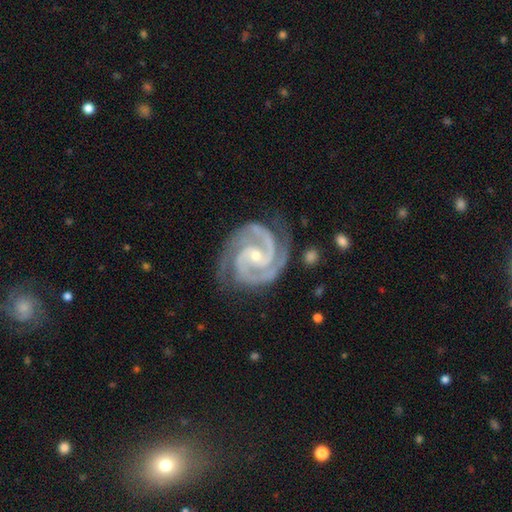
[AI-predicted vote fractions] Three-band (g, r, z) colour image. It shows a featured or disk galaxy (95%) with no bar (48%), 2 (64%) tight (61%) spiral arms (99%) and a small central bulge (69%). Merging: none (77%).